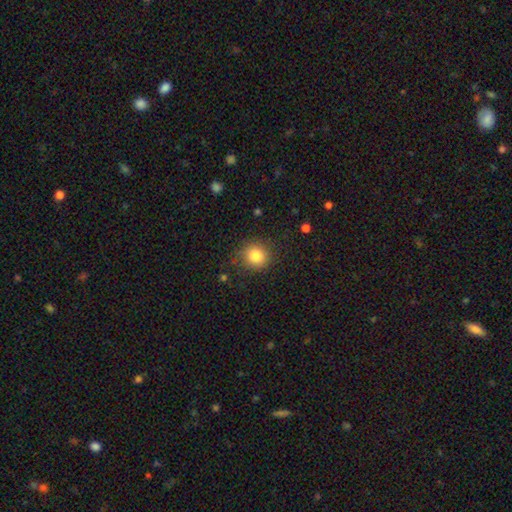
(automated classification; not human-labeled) smooth-or-featured: smooth: 83% | star or artifact: 10% | featured or disk: 6%
  how-rounded: round: 89% | in between: 10% | cigar-shaped: 1%
  merging: none: 84% | minor disturbance: 12% | major disturbance: 4% | merger: 1%